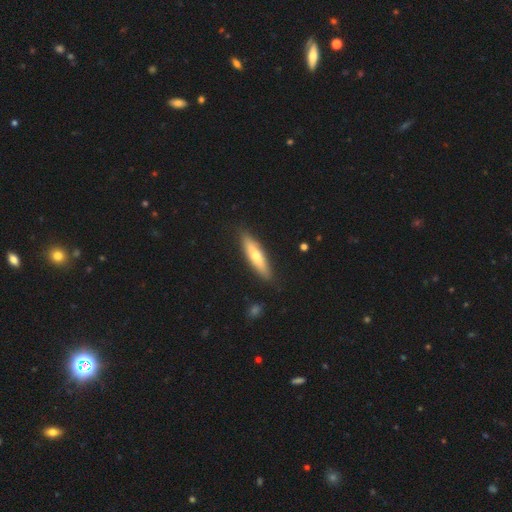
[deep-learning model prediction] Q: Smooth or featured?
A: smooth (54%); runner-up: featured or disk (41%)
Q: How rounded?
A: cigar-shaped (76%); runner-up: in between (22%)
Q: Merging?
A: none (88%); runner-up: minor disturbance (9%)